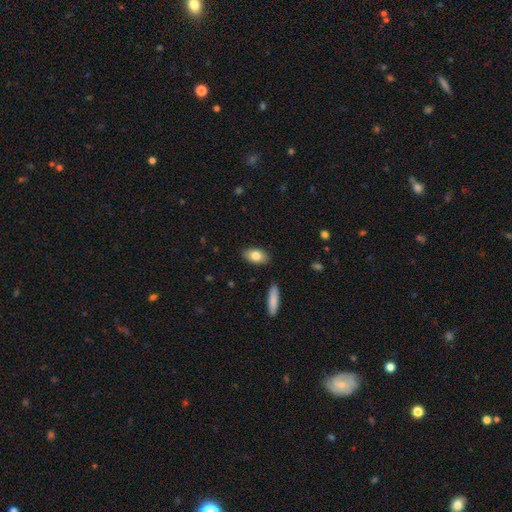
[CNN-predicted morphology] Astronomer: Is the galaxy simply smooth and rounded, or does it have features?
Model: smooth — 79%.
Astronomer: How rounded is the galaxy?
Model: in between — 90%.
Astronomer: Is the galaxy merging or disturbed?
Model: none — 87%.